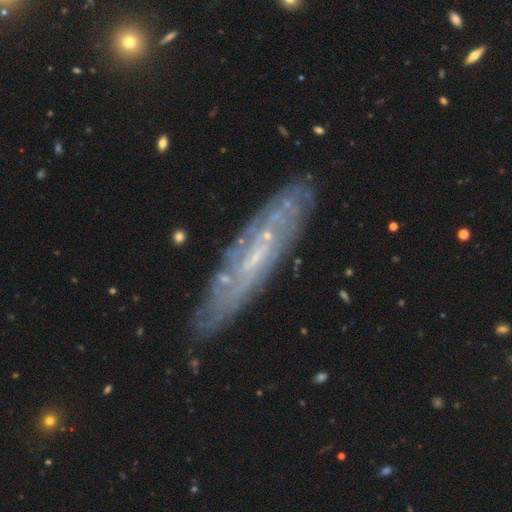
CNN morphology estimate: A featured or disk galaxy (76%). Merging: none (81%).